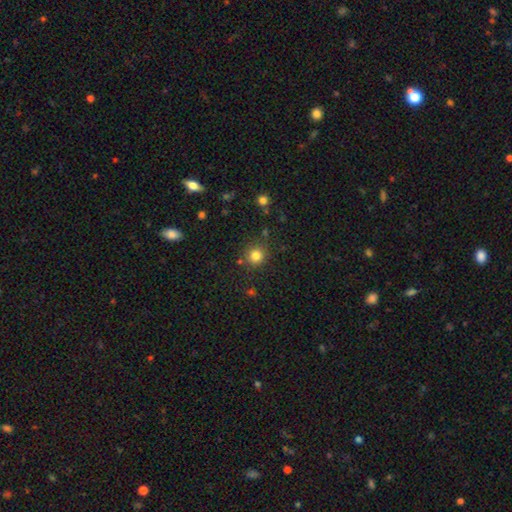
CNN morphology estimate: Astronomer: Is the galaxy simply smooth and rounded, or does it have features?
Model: smooth — 82%.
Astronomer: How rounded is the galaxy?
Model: round — 92%.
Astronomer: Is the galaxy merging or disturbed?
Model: none — 84%.